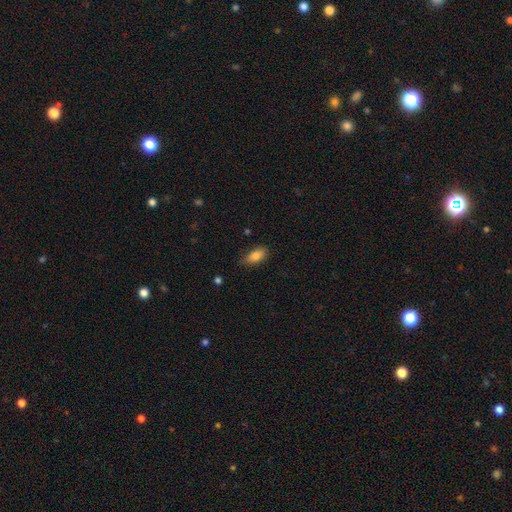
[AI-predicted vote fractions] A smooth galaxy with no disk features (82%) that is in between round and cigar-shaped (87%).

Vote fractions:
- Smooth or featured? smooth: 82% / featured or disk: 10% / star or artifact: 8%
- How rounded? in between: 87% / cigar-shaped: 10% / round: 3%
- Merging? none: 75% / minor disturbance: 21% / major disturbance: 3% / merger: 1%